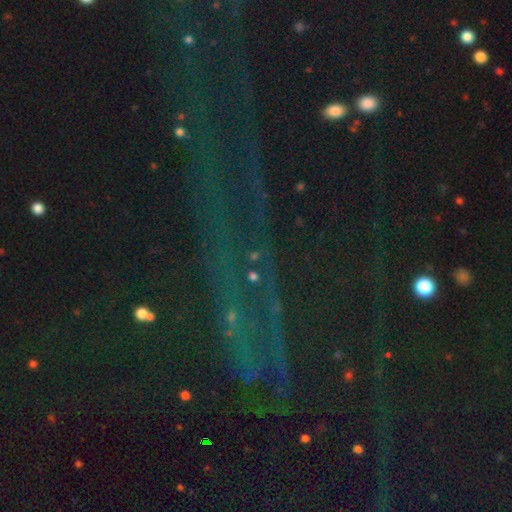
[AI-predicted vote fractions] smooth-or-featured: star or artifact: 78% | featured or disk: 11% | smooth: 11%